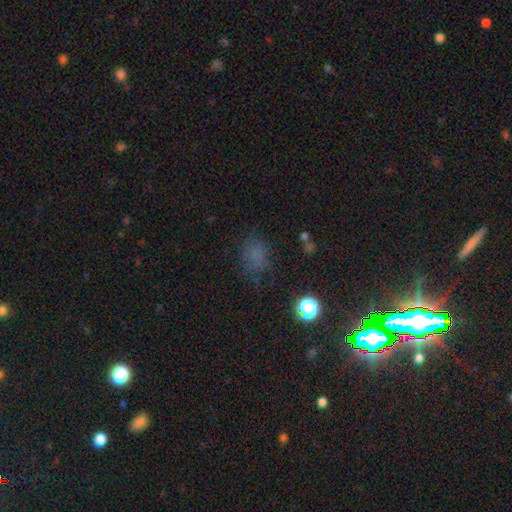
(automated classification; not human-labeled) Smooth or featured?
  - smooth: 58% *
  - star or artifact: 31%
  - featured or disk: 12%
How rounded?
  - in between: 51% *
  - round: 47%
  - cigar-shaped: 2%
Merging?
  - none: 66% *
  - minor disturbance: 20%
  - major disturbance: 12%
  - merger: 3%